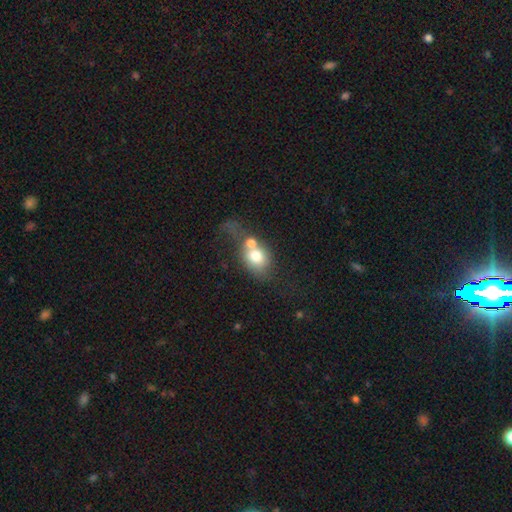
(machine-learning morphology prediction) type=smooth (69%); roundness=in between (51%); merging=merger (56%).